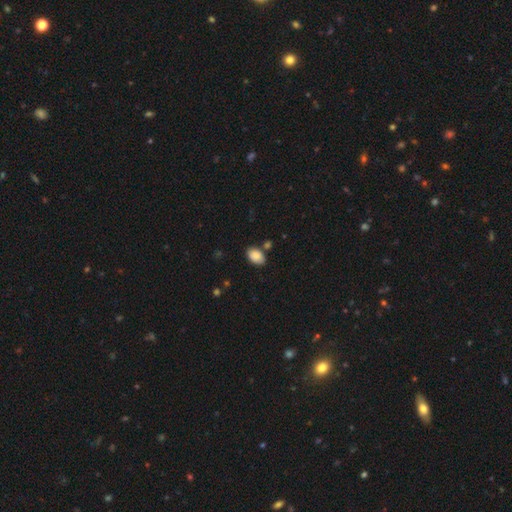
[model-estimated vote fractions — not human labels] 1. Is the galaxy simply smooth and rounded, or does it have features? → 88% smooth, 7% star or artifact, 5% featured or disk.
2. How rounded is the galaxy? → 89% in between, 10% round, 1% cigar-shaped.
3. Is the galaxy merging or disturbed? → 74% none, 15% minor disturbance, 8% merger, 3% major disturbance.